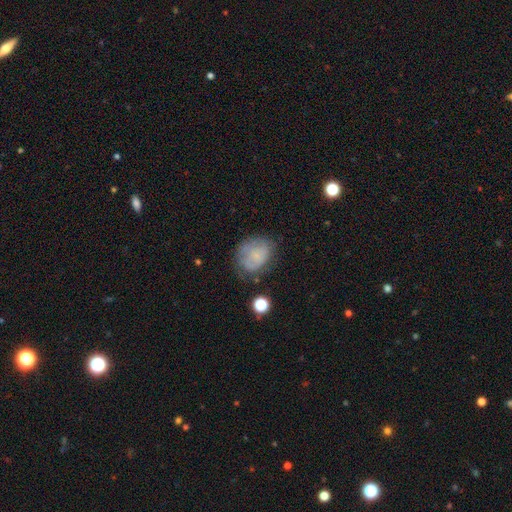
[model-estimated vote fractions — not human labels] smooth-or-featured: smooth: 61% | featured or disk: 29% | star or artifact: 10%
  how-rounded: in between: 53% | round: 46% | cigar-shaped: 1%
  merging: none: 56% | minor disturbance: 27% | major disturbance: 13% | merger: 3%